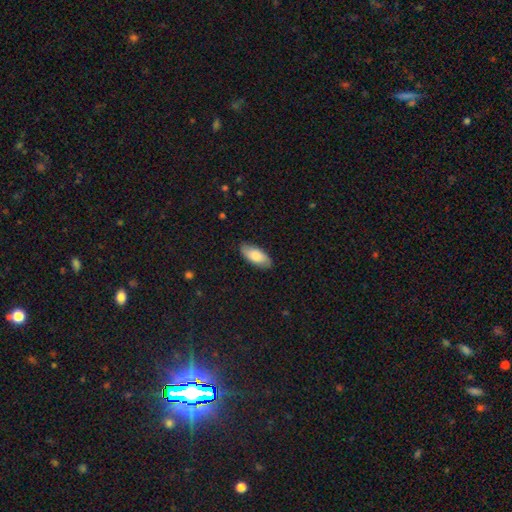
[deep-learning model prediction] A smooth galaxy with no disk features (76%) that is in between round and cigar-shaped (88%).

Vote fractions:
- Smooth or featured? smooth: 76% / featured or disk: 18% / star or artifact: 6%
- How rounded? in between: 88% / cigar-shaped: 10% / round: 2%
- Merging? none: 86% / minor disturbance: 11% / major disturbance: 2% / merger: 1%